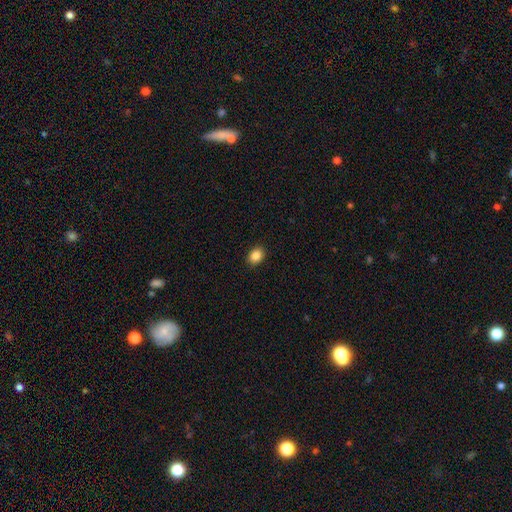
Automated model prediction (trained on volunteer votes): Smooth or featured? smooth (87%)
How rounded? in between (64%)
Merging? none (90%)